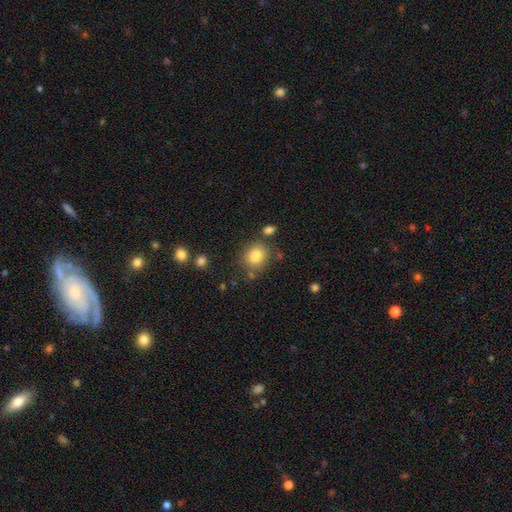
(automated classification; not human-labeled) Smooth or featured?
  - smooth: 83% *
  - star or artifact: 10%
  - featured or disk: 7%
How rounded?
  - round: 71% *
  - in between: 28%
  - cigar-shaped: 1%
Merging?
  - none: 76% *
  - minor disturbance: 13%
  - merger: 7%
  - major disturbance: 4%